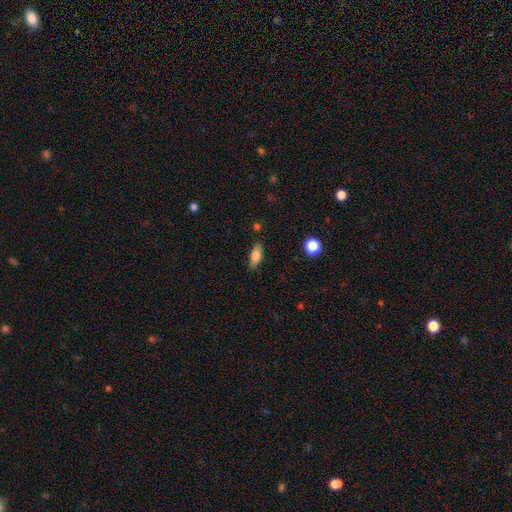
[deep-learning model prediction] Smooth or featured? Predicted: smooth (p=0.73). How rounded? Predicted: in between (p=0.77). Merging? Predicted: none (p=0.83).